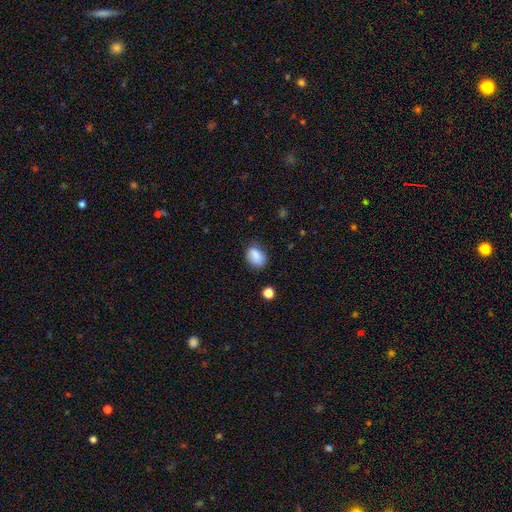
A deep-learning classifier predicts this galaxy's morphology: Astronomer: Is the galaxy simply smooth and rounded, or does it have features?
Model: smooth — 86%.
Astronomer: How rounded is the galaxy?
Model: in between — 75%.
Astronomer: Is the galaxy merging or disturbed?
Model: none — 72%.